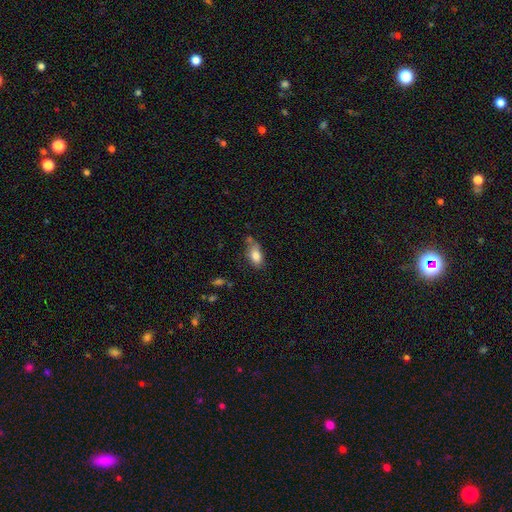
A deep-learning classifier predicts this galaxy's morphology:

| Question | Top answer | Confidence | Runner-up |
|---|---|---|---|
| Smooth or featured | smooth | 81% | featured or disk (10%) |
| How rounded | in between | 89% | round (7%) |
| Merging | none | 52% | minor disturbance (28%) |